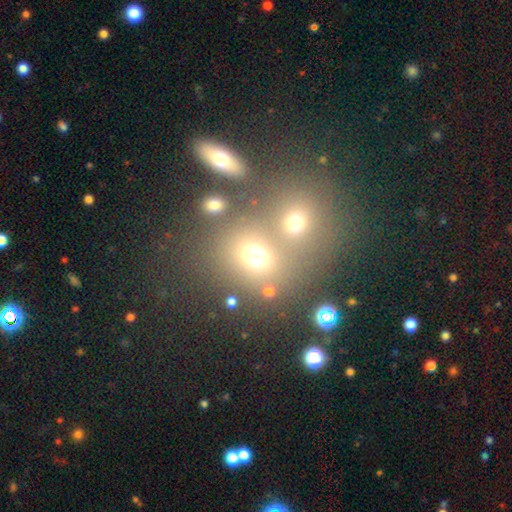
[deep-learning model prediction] smooth-or-featured: smooth: 61% | star or artifact: 22% | featured or disk: 17%
  how-rounded: round: 63% | in between: 36% | cigar-shaped: 2%
  merging: merger: 45% | none: 42% | minor disturbance: 8% | major disturbance: 5%